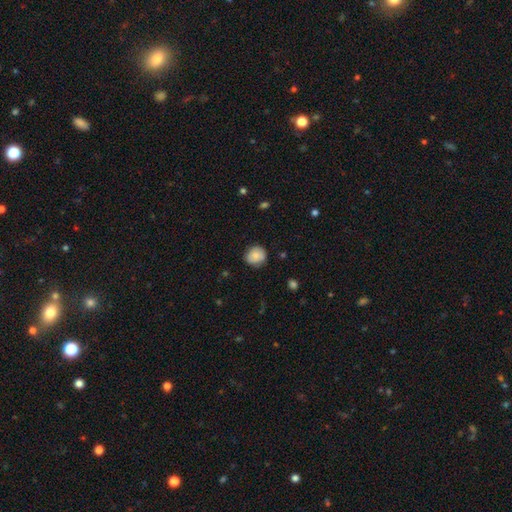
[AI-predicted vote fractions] Q: Smooth or featured?
A: smooth (81%); runner-up: featured or disk (11%)
Q: How rounded?
A: round (85%); runner-up: in between (14%)
Q: Merging?
A: none (80%); runner-up: minor disturbance (16%)